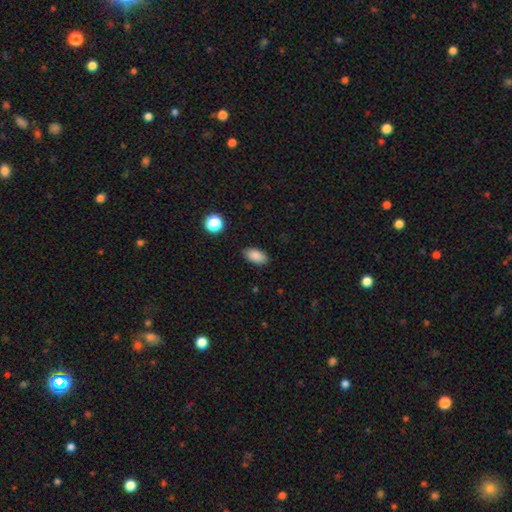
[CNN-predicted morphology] A smooth galaxy with no disk features (87%) that is in between round and cigar-shaped (92%). Merging: none (87%).